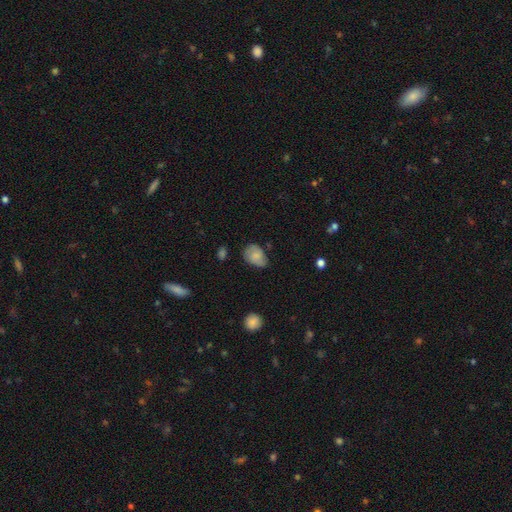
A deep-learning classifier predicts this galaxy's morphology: Overall: smooth (71%). How rounded: in between (78%). Merging: none (53%; minor disturbance 36%).